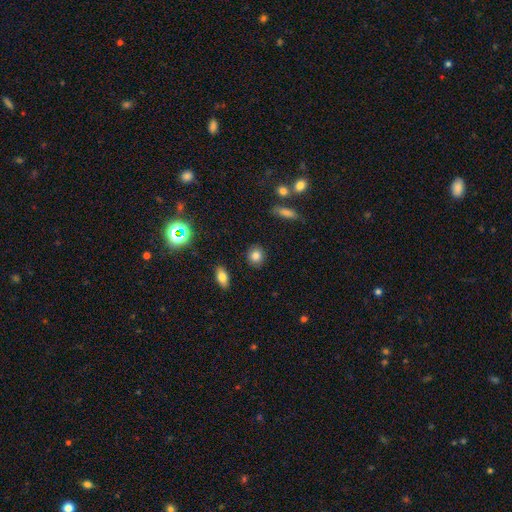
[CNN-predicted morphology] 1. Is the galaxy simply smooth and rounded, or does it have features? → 83% smooth, 10% star or artifact, 7% featured or disk.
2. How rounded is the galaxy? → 79% round, 20% in between, 2% cigar-shaped.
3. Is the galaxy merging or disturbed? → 89% none, 7% minor disturbance, 2% major disturbance, 2% merger.